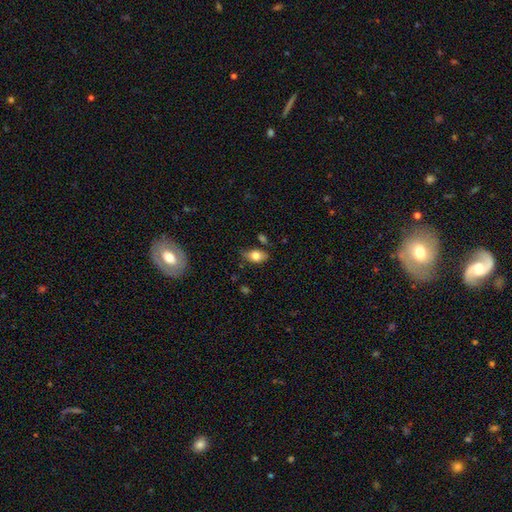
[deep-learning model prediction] Smooth or featured?
  - smooth: 77% *
  - featured or disk: 15%
  - star or artifact: 8%
How rounded?
  - in between: 88% *
  - round: 9%
  - cigar-shaped: 3%
Merging?
  - none: 69% *
  - minor disturbance: 22%
  - major disturbance: 4%
  - merger: 4%